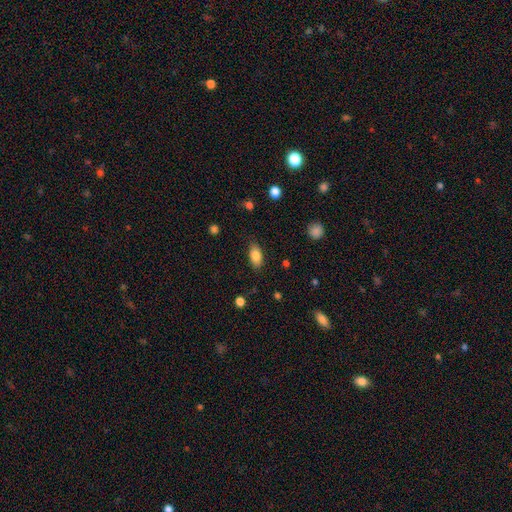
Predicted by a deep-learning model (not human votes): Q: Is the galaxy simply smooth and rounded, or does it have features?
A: smooth — 83%.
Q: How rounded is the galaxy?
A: in between — 89%.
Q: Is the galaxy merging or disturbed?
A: none — 83%.